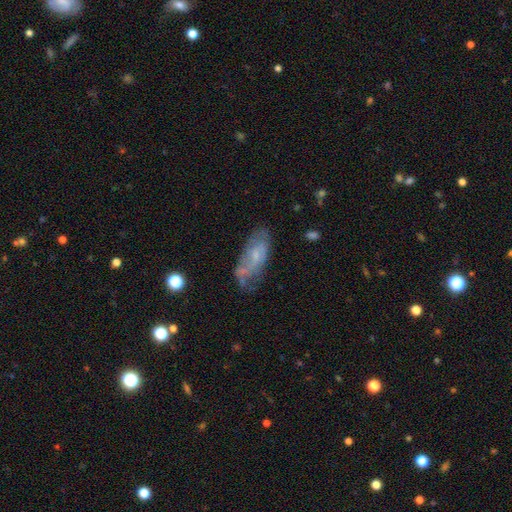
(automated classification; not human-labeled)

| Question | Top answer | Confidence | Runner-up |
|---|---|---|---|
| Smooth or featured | featured or disk | 53% | smooth (38%) |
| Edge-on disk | no | 88% | yes (12%) |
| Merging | none | 47% | minor disturbance (31%) |